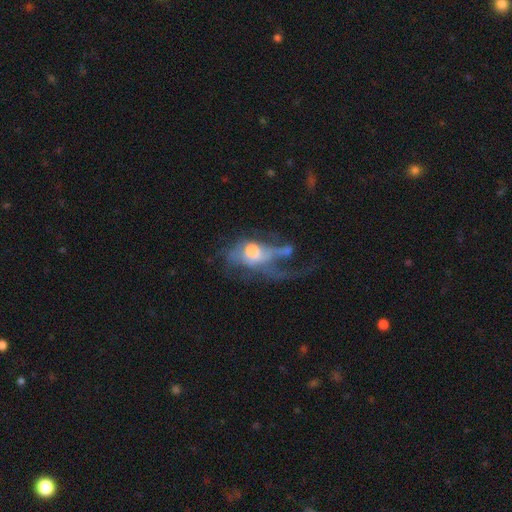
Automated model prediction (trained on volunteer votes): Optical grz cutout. It shows a featured or disk galaxy (64%) with no bar (76%), spiral arms (53%) and a moderate central bulge (65%). Merging: major disturbance (57%).